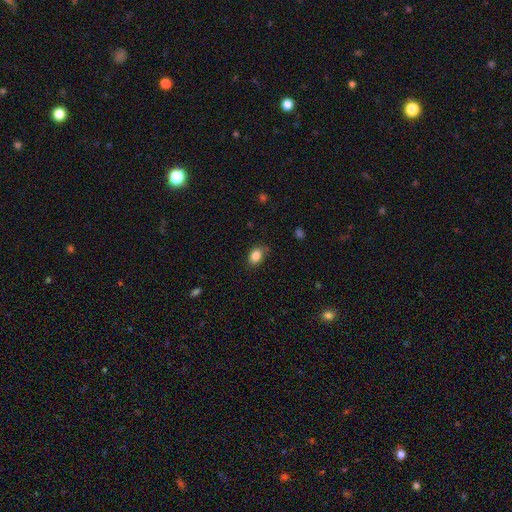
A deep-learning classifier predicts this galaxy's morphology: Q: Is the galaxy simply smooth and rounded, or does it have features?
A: smooth — 85%.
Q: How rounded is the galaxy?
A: in between — 72%.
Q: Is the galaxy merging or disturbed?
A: none — 75%.